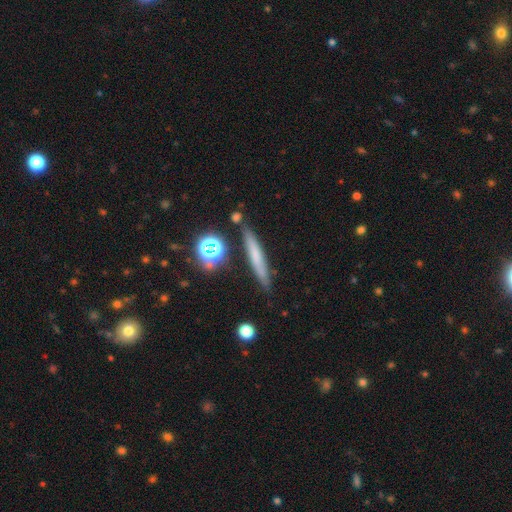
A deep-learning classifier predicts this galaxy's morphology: smooth_or_featured: smooth (p=0.58) [alt: featured or disk p=0.30]
how_rounded: cigar-shaped (p=0.90) [alt: in between p=0.06]
merging: none (p=0.84) [alt: minor disturbance p=0.10]